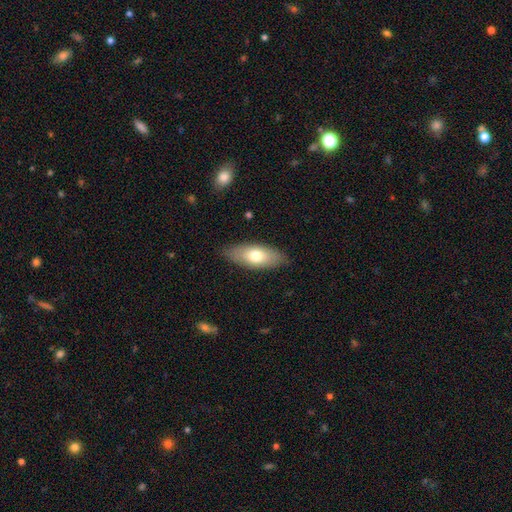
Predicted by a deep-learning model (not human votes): Smooth or featured: smooth — 69% (featured or disk — 24%)
How rounded: in between — 82% (cigar-shaped — 15%)
Merging: none — 85% (minor disturbance — 11%)